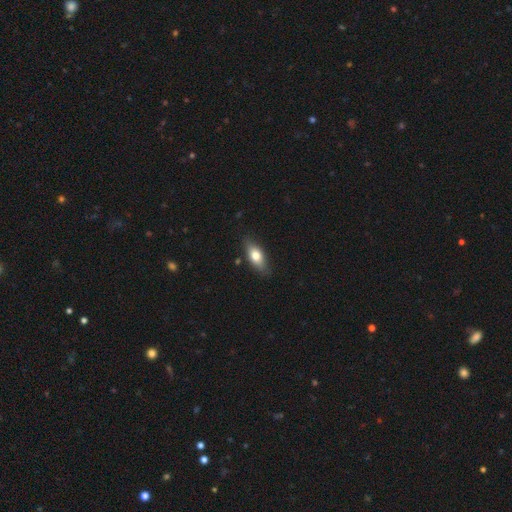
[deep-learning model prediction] The model was most divided on "smooth or featured": smooth: 70%, featured or disk: 23%, star or artifact: 7%. More confident: merging — none (82%); how rounded — in between (80%).